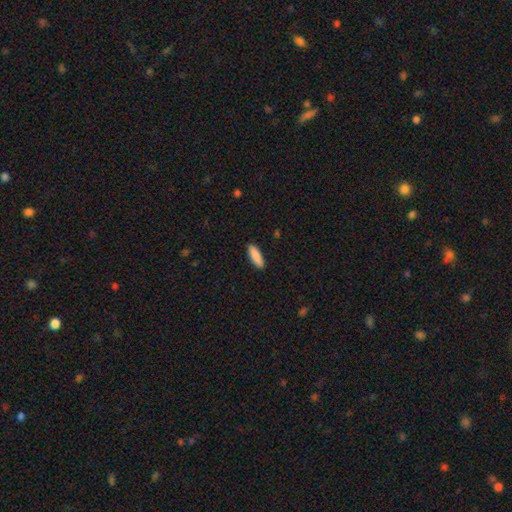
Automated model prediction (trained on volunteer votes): A smooth galaxy with no disk features (88%) that is in between round and cigar-shaped (50%).

Vote fractions:
- Smooth or featured? smooth: 88% / featured or disk: 6% / star or artifact: 6%
- How rounded? in between: 50% / cigar-shaped: 48% / round: 2%
- Merging? none: 89% / minor disturbance: 8% / major disturbance: 2% / merger: 1%